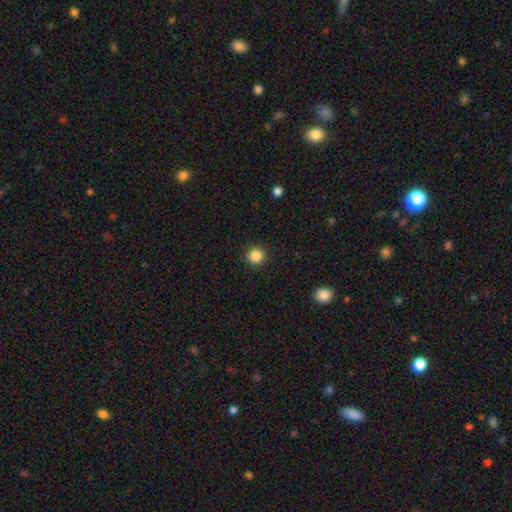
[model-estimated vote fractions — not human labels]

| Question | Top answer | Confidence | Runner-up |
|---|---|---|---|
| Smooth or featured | smooth | 86% | star or artifact (11%) |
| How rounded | round | 94% | in between (5%) |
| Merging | none | 92% | minor disturbance (5%) |